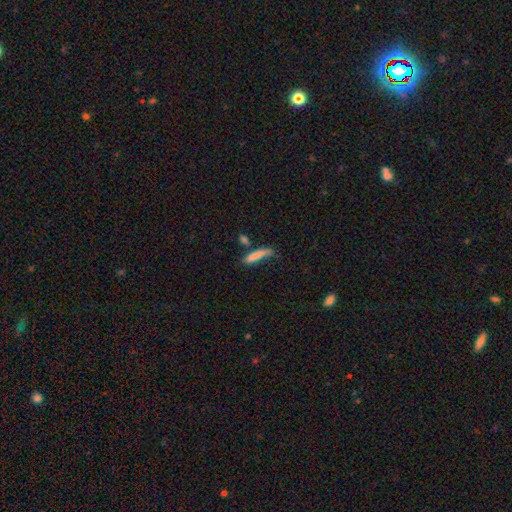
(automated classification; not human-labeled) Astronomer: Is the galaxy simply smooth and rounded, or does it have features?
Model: smooth — 80%.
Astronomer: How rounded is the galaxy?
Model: cigar-shaped — 82%.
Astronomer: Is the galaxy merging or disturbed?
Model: none — 52%.